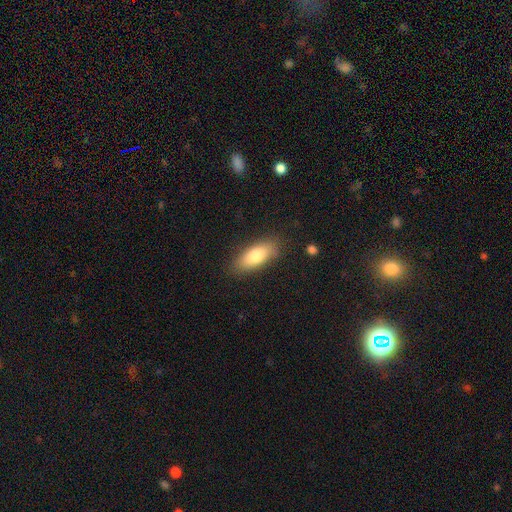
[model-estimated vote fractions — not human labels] This is likely a smooth galaxy (79%). How rounded: likely in between (77%). Merging: clearly none (84%).